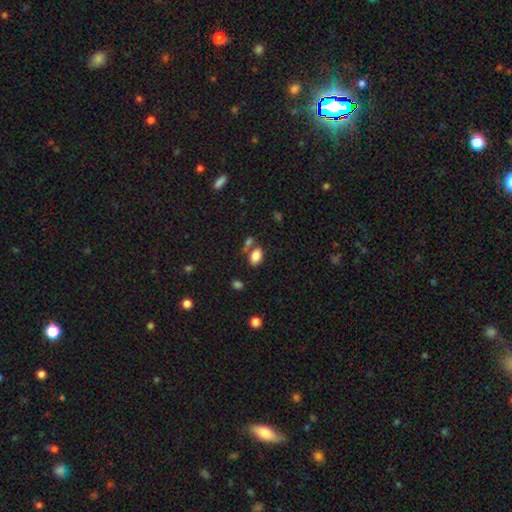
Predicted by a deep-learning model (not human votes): Smooth or featured: smooth — 84% (star or artifact — 9%)
How rounded: in between — 88% (round — 10%)
Merging: none — 61% (merger — 22%)